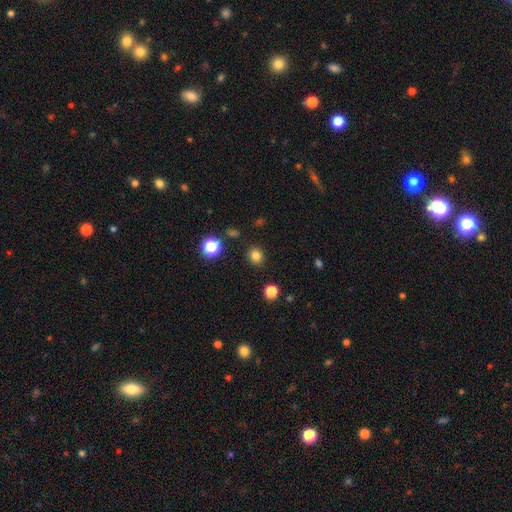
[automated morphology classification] smooth_or_featured: smooth (p=0.81) [alt: star or artifact p=0.14]
how_rounded: round (p=0.80) [alt: in between p=0.19]
merging: none (p=0.89) [alt: minor disturbance p=0.07]